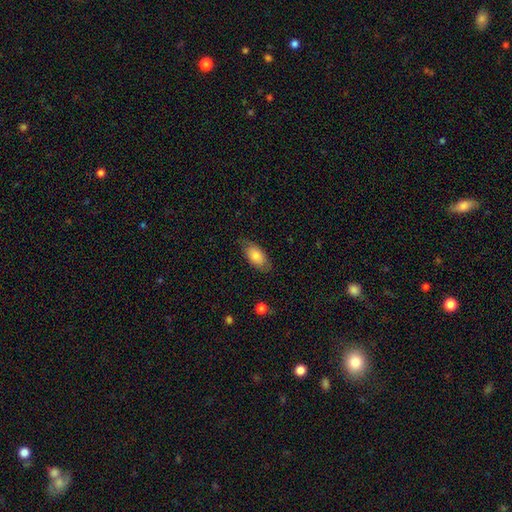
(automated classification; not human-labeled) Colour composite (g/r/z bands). It shows a smooth galaxy with no disk features (76%) that is in between round and cigar-shaped (92%). Merging: none (73%).